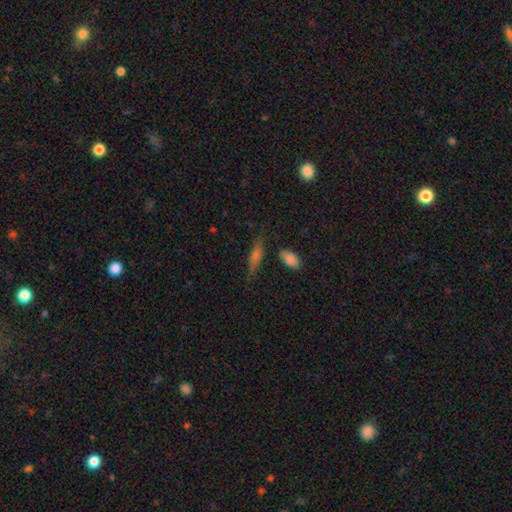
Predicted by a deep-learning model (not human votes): A smooth galaxy with no disk features (45%). Merging: none (72%).